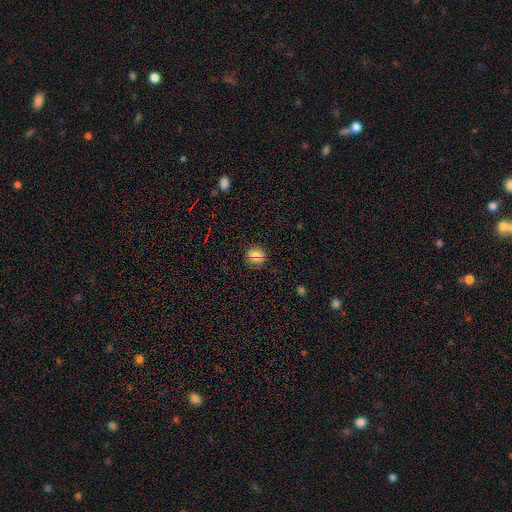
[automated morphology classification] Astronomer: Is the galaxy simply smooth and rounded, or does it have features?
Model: smooth — 72%.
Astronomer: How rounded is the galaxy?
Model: round — 86%.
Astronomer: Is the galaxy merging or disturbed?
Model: none — 87%.